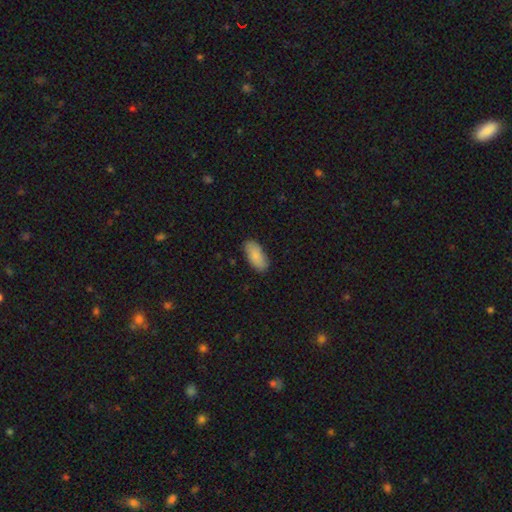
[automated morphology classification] smooth 87%, featured or disk 7%, star or artifact 6%. Down the decision tree: how rounded — in between (91%); merging — none (86%).